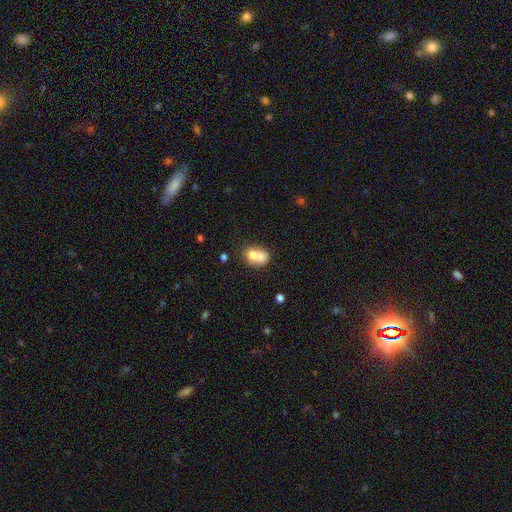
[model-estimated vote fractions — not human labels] smooth_or_featured: smooth (p=0.71) [alt: featured or disk p=0.20]
how_rounded: round (p=0.51) [alt: in between p=0.48]
merging: merger (p=0.63) [alt: none p=0.25]